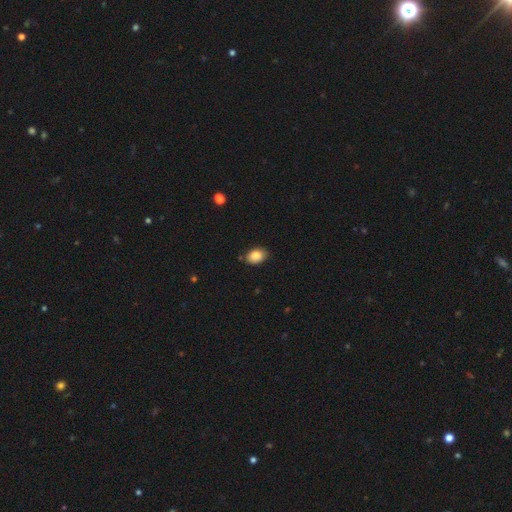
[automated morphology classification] Q: Smooth or featured?
A: smooth (86%); runner-up: star or artifact (8%)
Q: How rounded?
A: in between (78%); runner-up: round (21%)
Q: Merging?
A: none (81%); runner-up: minor disturbance (15%)